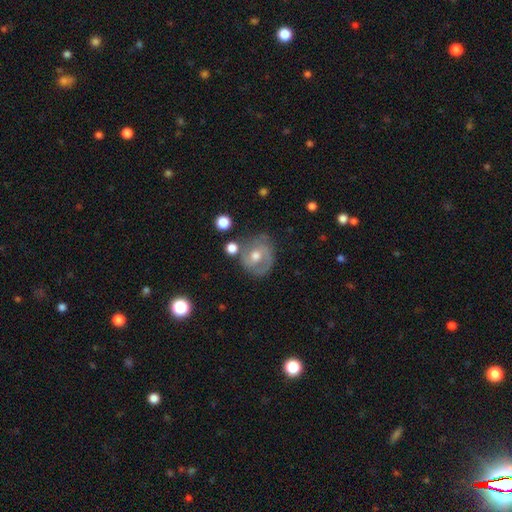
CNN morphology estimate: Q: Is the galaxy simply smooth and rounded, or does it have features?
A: featured or disk — 58%.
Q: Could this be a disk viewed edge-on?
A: no — 96%.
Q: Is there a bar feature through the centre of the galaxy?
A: no — 60%.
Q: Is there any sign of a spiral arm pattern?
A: yes — 68%.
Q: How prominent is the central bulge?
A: moderate — 75%.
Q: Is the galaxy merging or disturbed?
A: none — 61%.